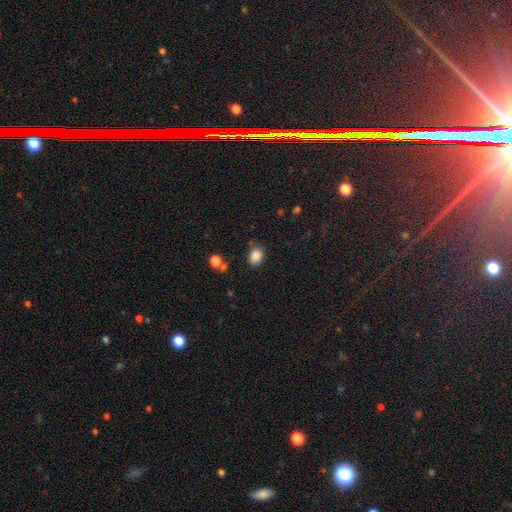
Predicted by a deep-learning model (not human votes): Smooth or featured: smooth — 86% (star or artifact — 10%)
How rounded: in between — 73% (round — 25%)
Merging: none — 76% (minor disturbance — 16%)